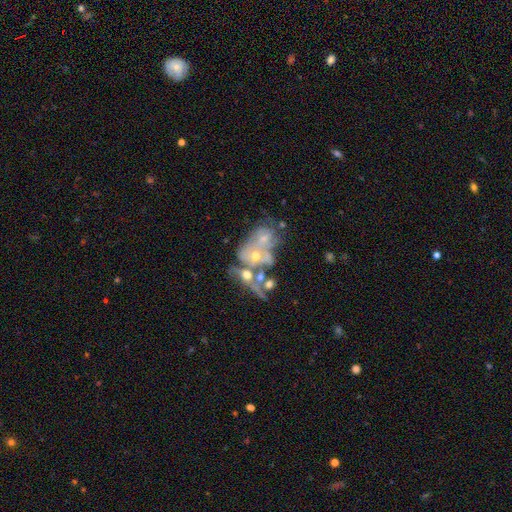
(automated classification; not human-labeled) smooth-or-featured: featured or disk: 64% | smooth: 20% | star or artifact: 17%
  disk-edge-on: no: 96% | yes: 4%
    bar: no: 86% | weak: 10% | strong: 3%
    has-spiral-arms: no: 66% | yes: 34%
    bulge-size: small: 43% | moderate: 39% | none: 13% | large: 3% | dominant: 2%
  merging: merger: 58% | major disturbance: 17% | none: 16% | minor disturbance: 9%